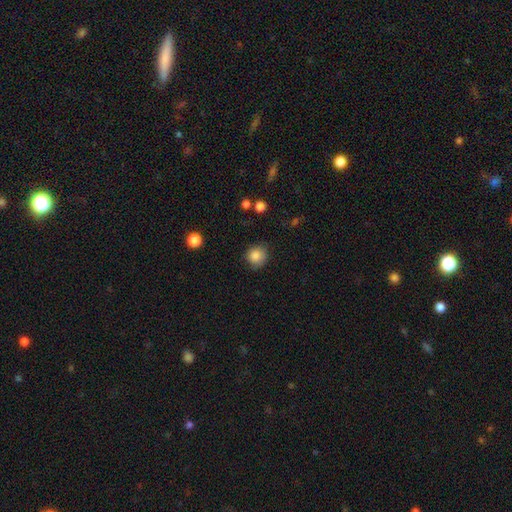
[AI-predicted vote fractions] Morphology: type=smooth (85%); roundness=round (88%); merging=none (80%).